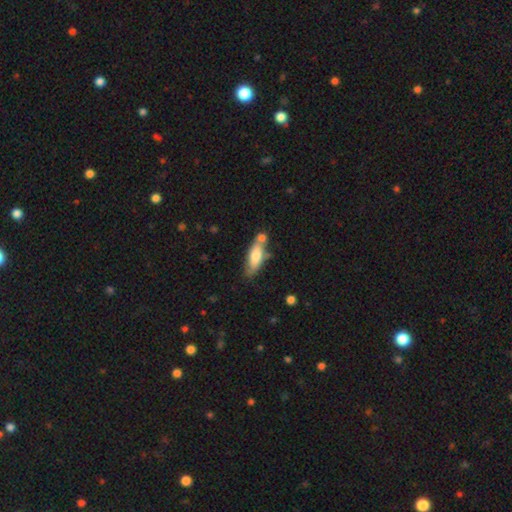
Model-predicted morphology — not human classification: A smooth galaxy with no disk features (68%) that is in between round and cigar-shaped (61%).

Vote fractions:
- Smooth or featured? smooth: 68% / featured or disk: 25% / star or artifact: 6%
- How rounded? in between: 61% / cigar-shaped: 37% / round: 2%
- Merging? none: 50% / merger: 26% / minor disturbance: 18% / major disturbance: 5%